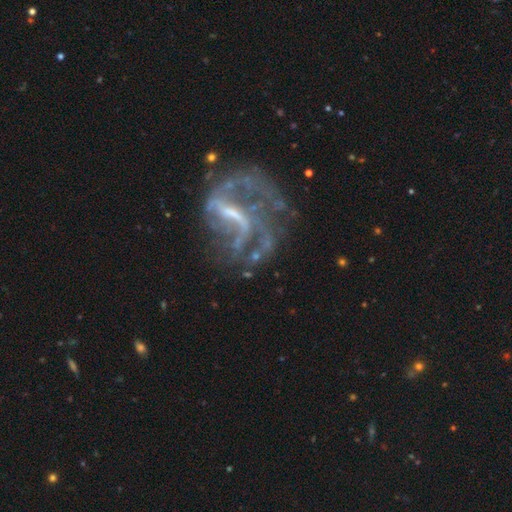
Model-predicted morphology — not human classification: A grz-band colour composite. It shows a featured or disk galaxy (83%) with a strong bar (44%), 2 (42%) loose (54%) spiral arms (79%) and a small central bulge (39%). Merging: major disturbance (39%).